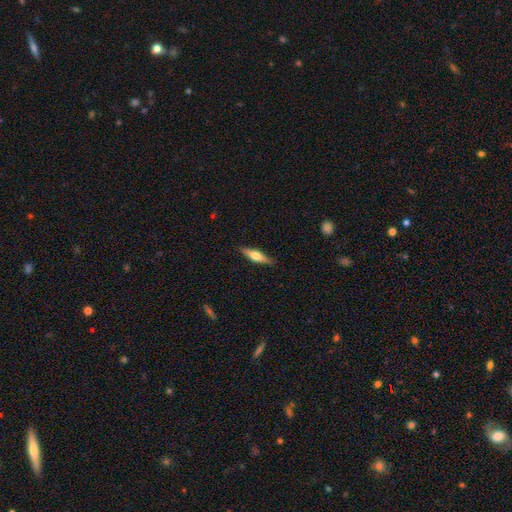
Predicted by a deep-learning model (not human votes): This appears to be a smooth galaxy with no disk features (50%). Merging: none (87%).